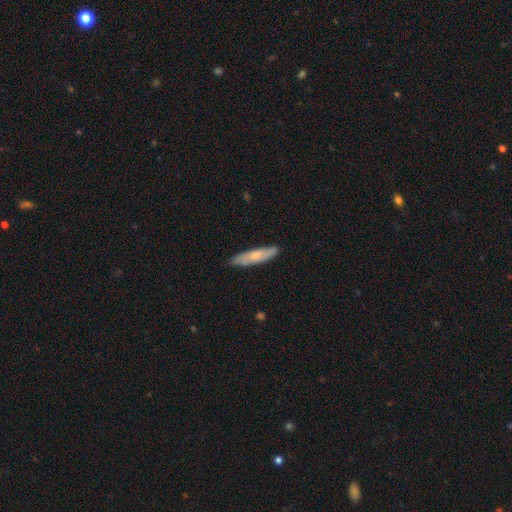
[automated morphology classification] A smooth galaxy with no disk features (66%) that is cigar-shaped (77%). Merging: none (83%).